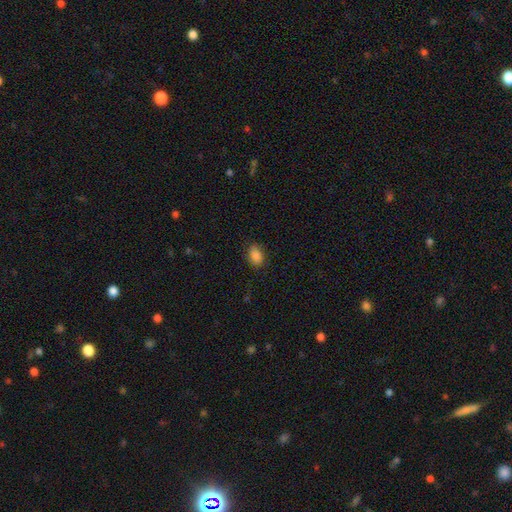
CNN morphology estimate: smooth_or_featured: smooth (p=0.87) [alt: star or artifact p=0.09]
how_rounded: in between (p=0.86) [alt: round p=0.12]
merging: none (p=0.81) [alt: minor disturbance p=0.14]